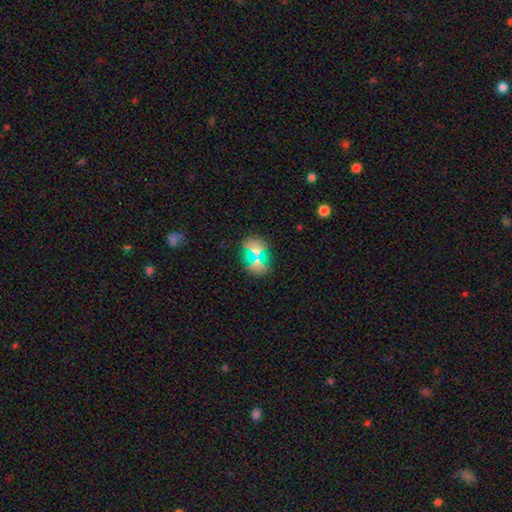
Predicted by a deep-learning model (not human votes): Morphology: type=smooth (65%); roundness=round (53%); merging=none (83%).